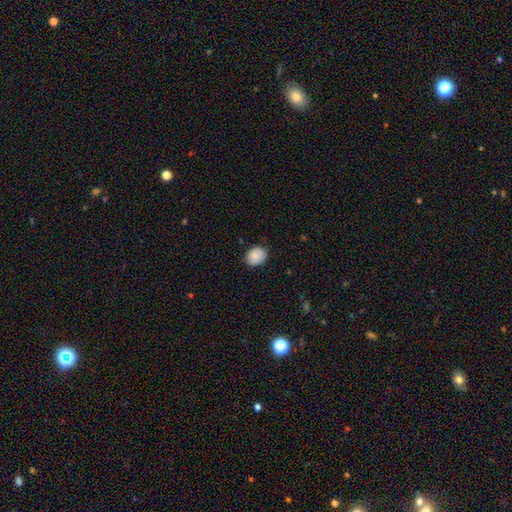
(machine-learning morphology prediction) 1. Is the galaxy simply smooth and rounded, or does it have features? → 87% smooth, 8% star or artifact, 5% featured or disk.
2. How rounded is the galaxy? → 56% round, 44% in between, 1% cigar-shaped.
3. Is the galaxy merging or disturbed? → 84% none, 13% minor disturbance, 2% major disturbance, 1% merger.